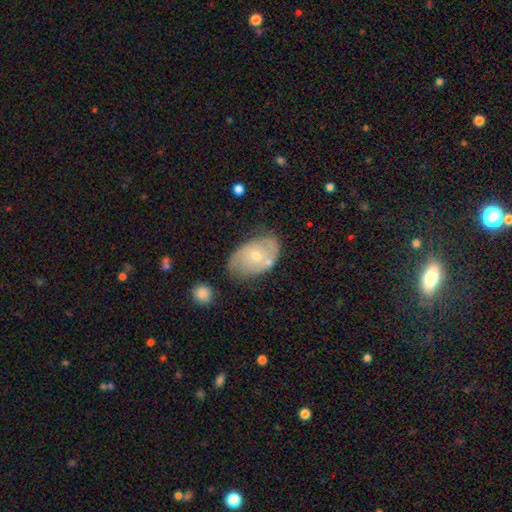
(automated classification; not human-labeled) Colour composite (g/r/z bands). It shows a featured or disk galaxy (53%) with no bar (77%), spiral arms (63%) and a small central bulge (54%). Merging: none (57%).